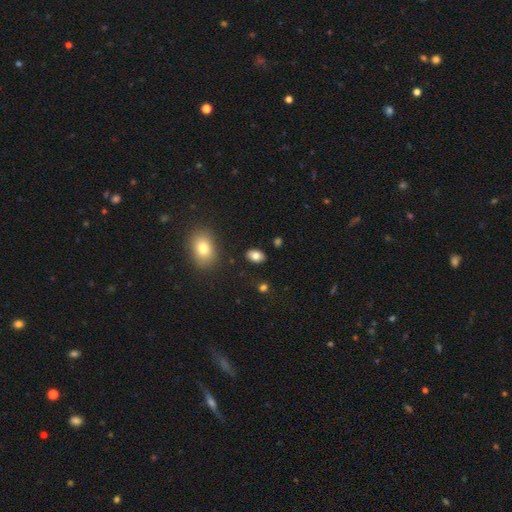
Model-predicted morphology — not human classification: Smooth or featured?
  - smooth: 82% *
  - featured or disk: 9%
  - star or artifact: 9%
How rounded?
  - in between: 85% *
  - round: 13%
  - cigar-shaped: 1%
Merging?
  - none: 86% *
  - minor disturbance: 9%
  - major disturbance: 2%
  - merger: 2%